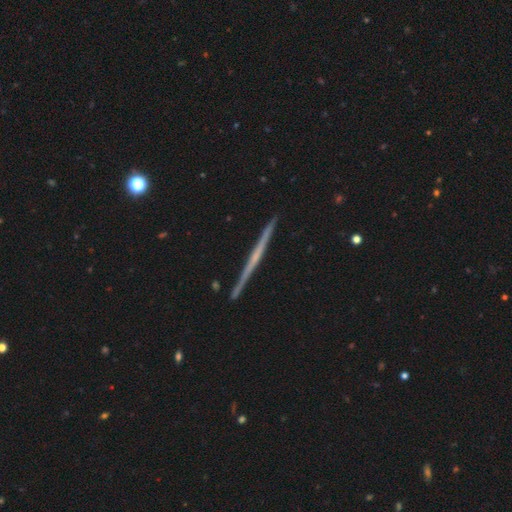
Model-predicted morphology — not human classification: smooth_or_featured: featured or disk (p=0.75) [alt: smooth p=0.19]
disk_edge_on: yes (p=0.98) [alt: no p=0.02]
edge_on_bulge: none (p=0.63) [alt: rounded p=0.28]
merging: none (p=0.92) [alt: minor disturbance p=0.06]